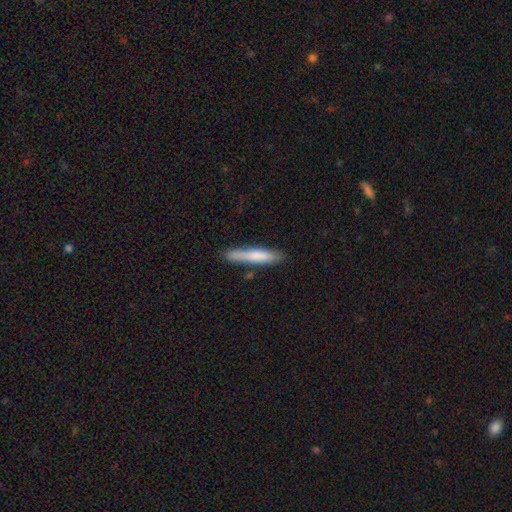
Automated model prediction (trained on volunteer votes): Q: Smooth or featured?
A: smooth (75%); runner-up: featured or disk (19%)
Q: How rounded?
A: cigar-shaped (91%); runner-up: in between (7%)
Q: Merging?
A: none (80%); runner-up: minor disturbance (14%)